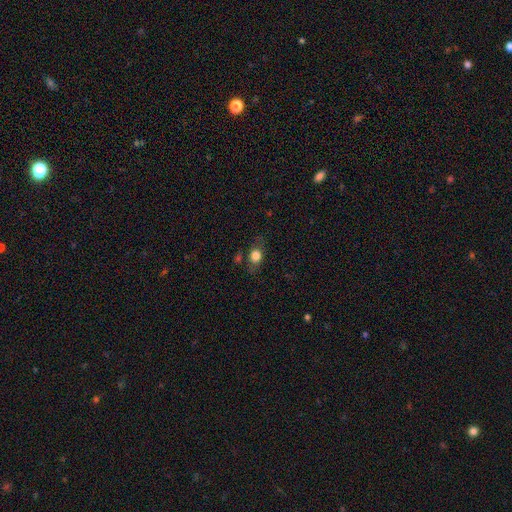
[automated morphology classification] The model was most divided on "how rounded": in between: 57%, round: 40%, cigar-shaped: 4%. More confident: smooth or featured — smooth (76%); merging — none (70%).